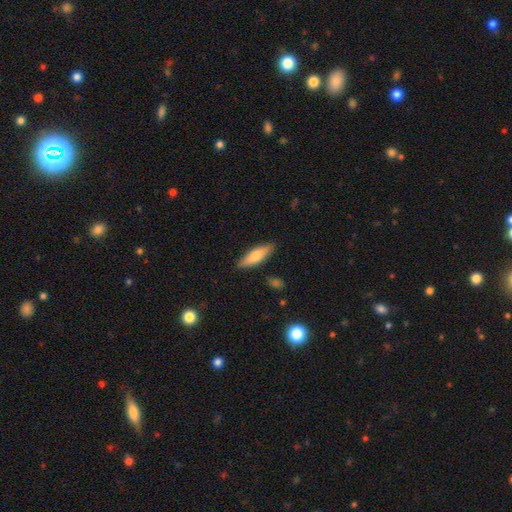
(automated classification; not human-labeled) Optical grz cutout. It shows a smooth galaxy with no disk features (70%) that is cigar-shaped (50%). Merging: none (86%).